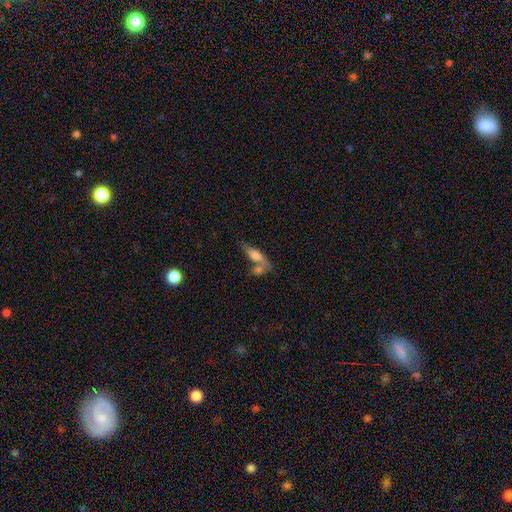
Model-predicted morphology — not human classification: A smooth galaxy with no disk features (65%) that is in between round and cigar-shaped (55%).

Vote fractions:
- Smooth or featured? smooth: 65% / featured or disk: 27% / star or artifact: 8%
- How rounded? in between: 55% / cigar-shaped: 41% / round: 3%
- Merging? merger: 44% / none: 37% / minor disturbance: 13% / major disturbance: 6%